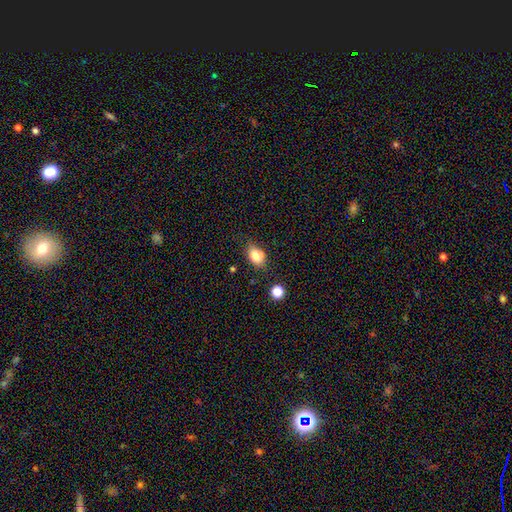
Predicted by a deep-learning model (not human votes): Overall: smooth (81%). How rounded: in between (75%). Merging: none (72%).